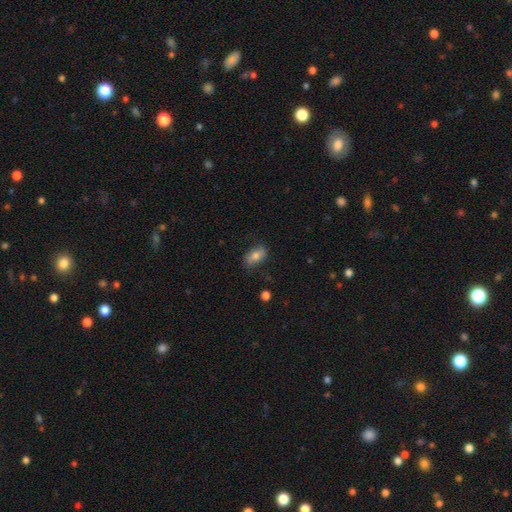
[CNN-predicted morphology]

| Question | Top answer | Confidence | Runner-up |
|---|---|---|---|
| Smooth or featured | smooth | 70% | featured or disk (22%) |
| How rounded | in between | 88% | round (8%) |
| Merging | none | 75% | minor disturbance (19%) |